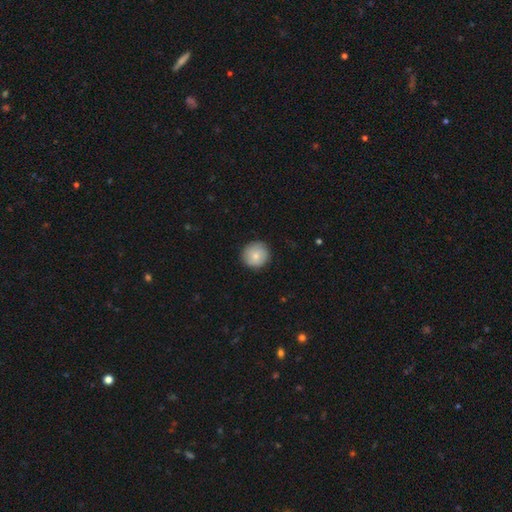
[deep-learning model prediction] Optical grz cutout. It shows a smooth galaxy with no disk features (78%) that is round (94%). Merging: none (88%).